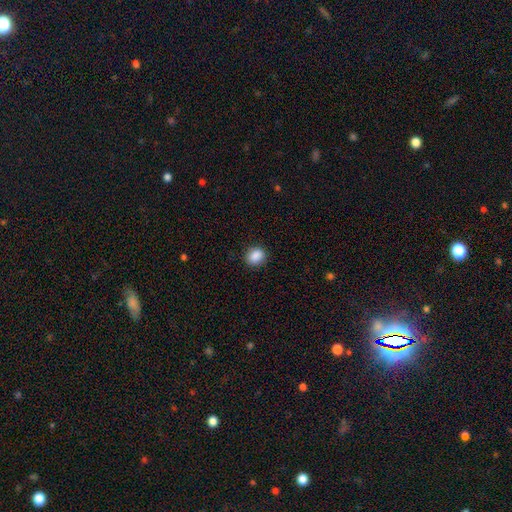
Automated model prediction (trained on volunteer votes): The model was most divided on "how rounded": round: 66%, in between: 33%, cigar-shaped: 1%. More confident: merging — none (89%); smooth or featured — smooth (88%).